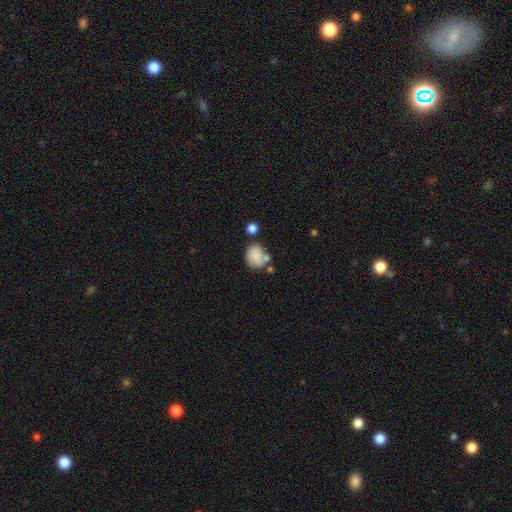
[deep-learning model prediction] smooth_or_featured: smooth (p=0.78) [alt: featured or disk p=0.13]
how_rounded: in between (p=0.55) [alt: round p=0.44]
merging: none (p=0.47) [alt: merger p=0.23]